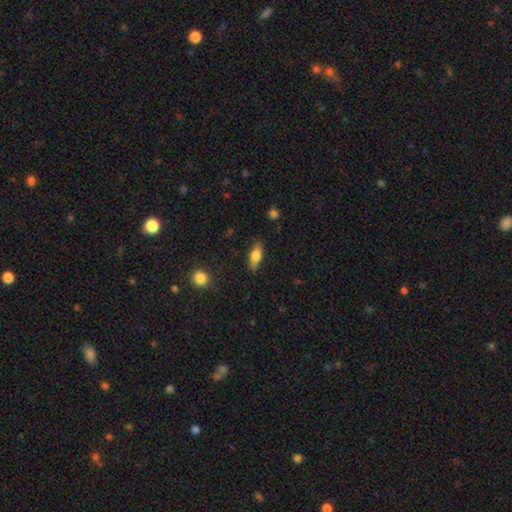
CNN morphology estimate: This appears to be a smooth galaxy with no disk features (72%) that is in between round and cigar-shaped (70%). Merging: none (84%).